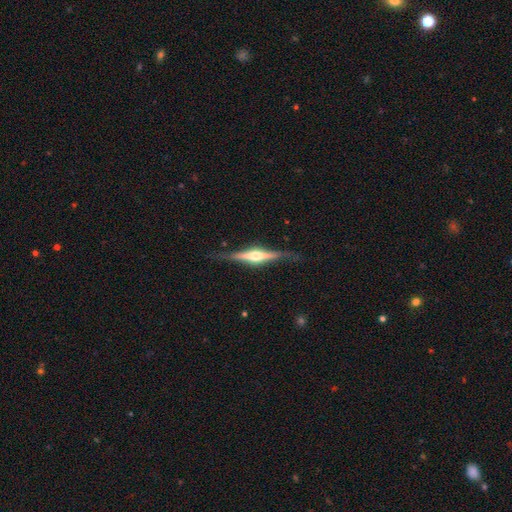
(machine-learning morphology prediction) smooth_or_featured: featured or disk (p=0.79) [alt: smooth p=0.16]
disk_edge_on: yes (p=0.97) [alt: no p=0.03]
edge_on_bulge: rounded (p=0.90) [alt: boxy p=0.07]
merging: none (p=0.83) [alt: minor disturbance p=0.12]